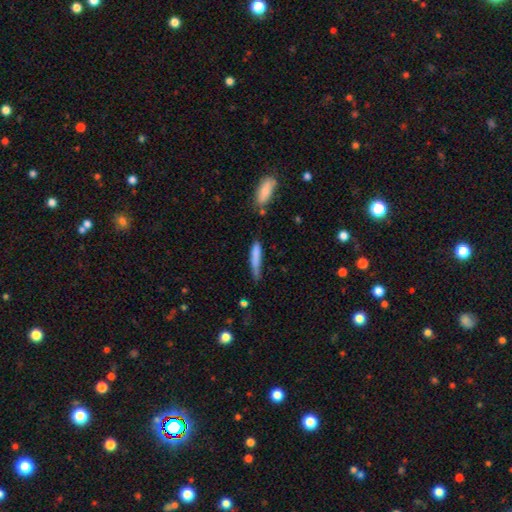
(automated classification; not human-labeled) smooth-or-featured: smooth: 78% | featured or disk: 15% | star or artifact: 7%
  how-rounded: cigar-shaped: 87% | in between: 11% | round: 1%
  merging: none: 51% | minor disturbance: 34% | major disturbance: 9% | merger: 5%